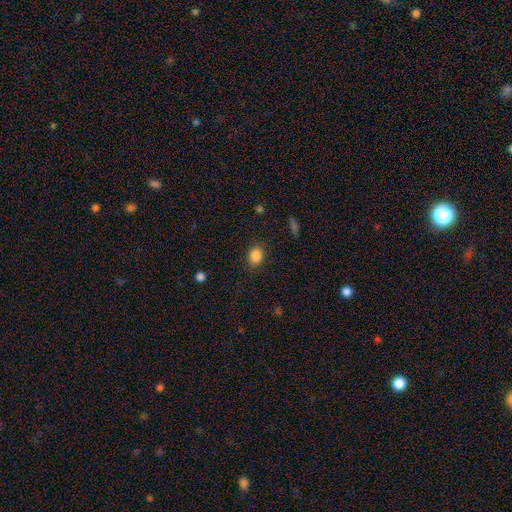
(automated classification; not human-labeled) A smooth galaxy with no disk features (85%) that is in between round and cigar-shaped (56%).

Vote fractions:
- Smooth or featured? smooth: 85% / star or artifact: 10% / featured or disk: 5%
- How rounded? in between: 56% / round: 43% / cigar-shaped: 1%
- Merging? none: 84% / minor disturbance: 11% / major disturbance: 3% / merger: 1%